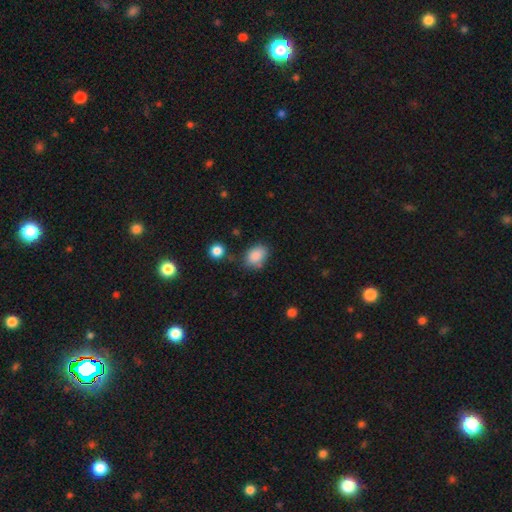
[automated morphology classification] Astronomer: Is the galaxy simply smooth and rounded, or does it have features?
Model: smooth — 86%.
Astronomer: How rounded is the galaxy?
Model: in between — 75%.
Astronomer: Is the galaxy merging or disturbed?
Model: none — 69%.